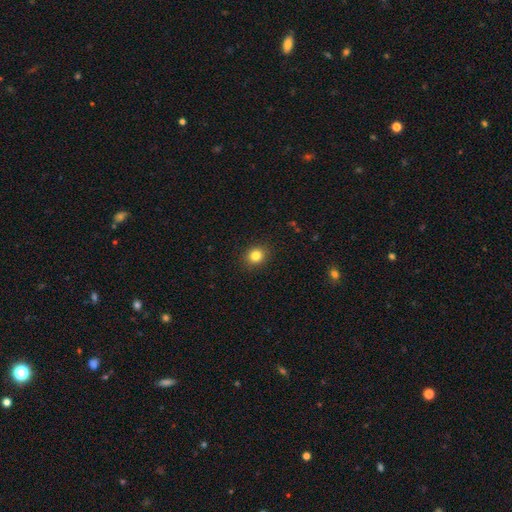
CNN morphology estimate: A smooth galaxy with no disk features (83%) that is round (80%). Merging: none (90%).